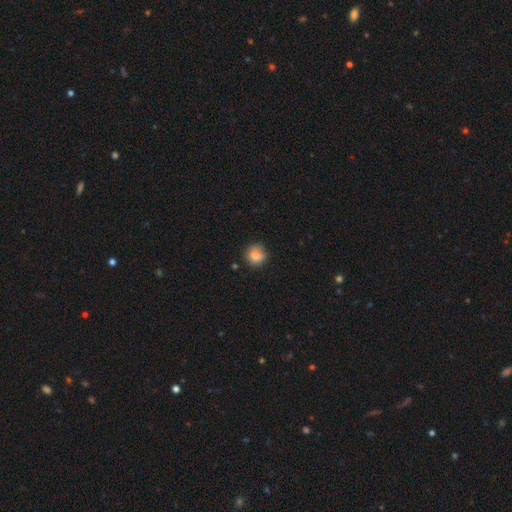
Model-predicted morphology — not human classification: Smooth or featured: smooth — 80% (star or artifact — 10%)
How rounded: round — 85% (in between — 14%)
Merging: none — 71% (minor disturbance — 21%)